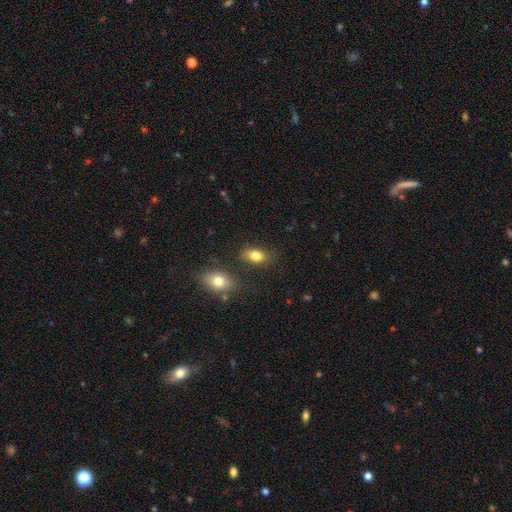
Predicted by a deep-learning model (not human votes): Morphology: type=smooth (81%); roundness=in between (86%); merging=none (79%).